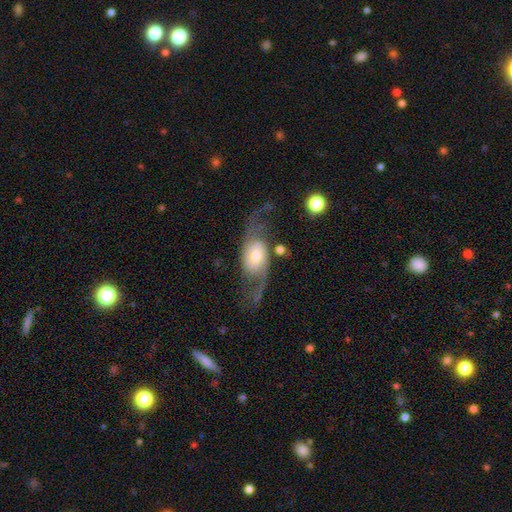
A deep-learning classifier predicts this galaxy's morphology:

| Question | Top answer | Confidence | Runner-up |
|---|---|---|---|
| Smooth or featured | featured or disk | 80% | smooth (14%) |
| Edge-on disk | no | 93% | yes (7%) |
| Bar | no | 53% | weak (36%) |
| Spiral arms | yes | 94% | no (6%) |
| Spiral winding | loose | 77% | medium (18%) |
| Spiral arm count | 2 | 92% | 1 (3%) |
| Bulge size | moderate | 47% | small (29%) |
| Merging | none | 56% | major disturbance (22%) |